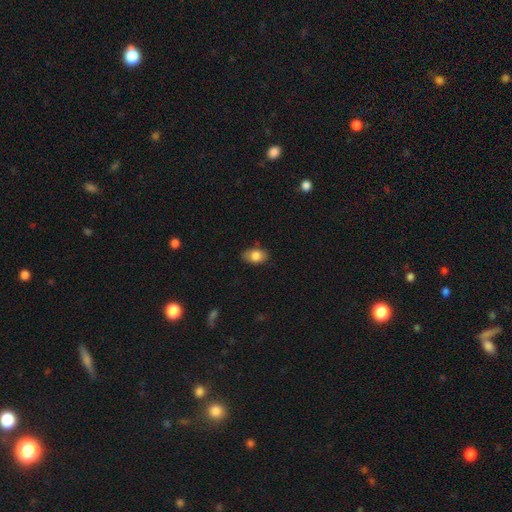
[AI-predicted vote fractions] This appears to be a smooth galaxy with no disk features (82%) that is in between round and cigar-shaped (86%). Merging: none (81%).